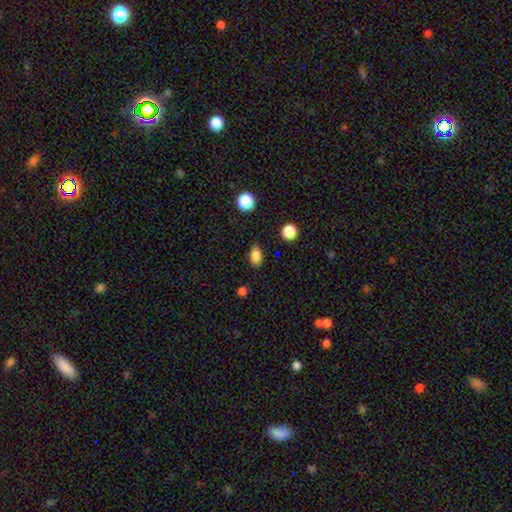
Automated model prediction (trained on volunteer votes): This appears to be a smooth galaxy with no disk features (84%) that is in between round and cigar-shaped (83%). Merging: none (81%).